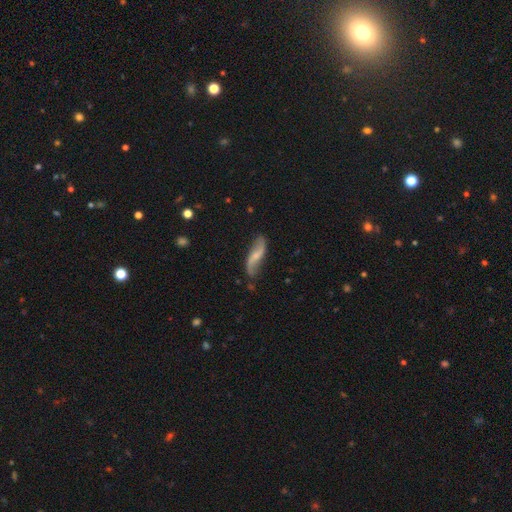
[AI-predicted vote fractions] Morphology: type=featured or disk (72%); edge-on=no (87%); bar=no (44%); spiral arms=yes (93%); winding=loose (88%); arm count=2 (92%); bulge=small (51%); merging=none (75%).